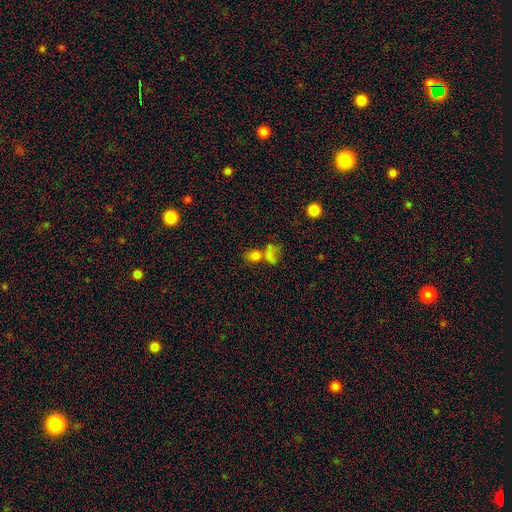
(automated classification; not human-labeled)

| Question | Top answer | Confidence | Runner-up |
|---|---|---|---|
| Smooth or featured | smooth | 73% | star or artifact (16%) |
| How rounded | in between | 55% | round (43%) |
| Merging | merger | 51% | none (30%) |